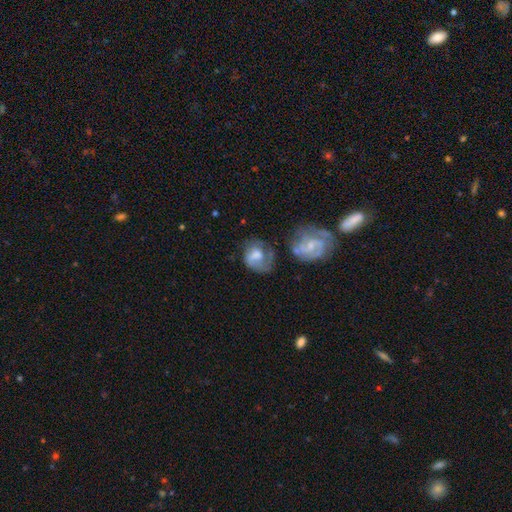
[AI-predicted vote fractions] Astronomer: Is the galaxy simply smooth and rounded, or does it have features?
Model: featured or disk — 51% (runner-up: smooth, 42%).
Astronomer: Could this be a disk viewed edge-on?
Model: no — 97%.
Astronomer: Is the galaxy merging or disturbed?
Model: none — 41% (runner-up: major disturbance, 24%).